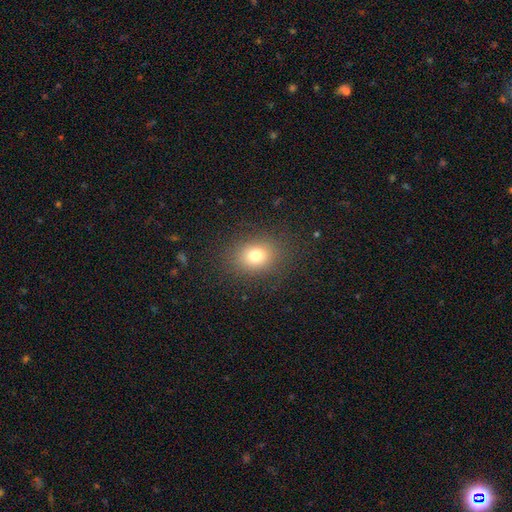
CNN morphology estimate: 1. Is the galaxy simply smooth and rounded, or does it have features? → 76% smooth, 14% star or artifact, 10% featured or disk.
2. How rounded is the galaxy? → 54% round, 45% in between, 1% cigar-shaped.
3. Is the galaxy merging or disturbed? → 85% none, 9% minor disturbance, 5% major disturbance, 1% merger.